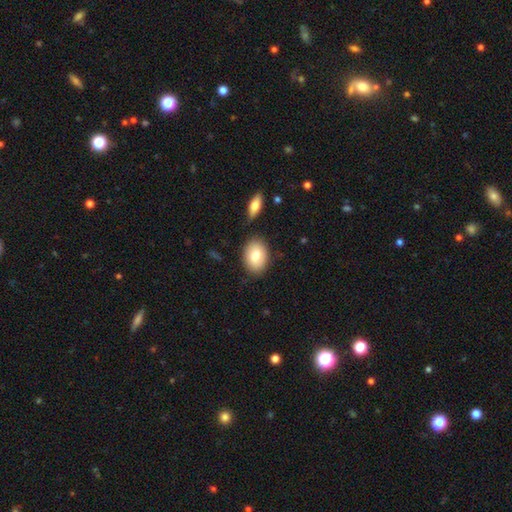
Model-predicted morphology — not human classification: smooth 79%, featured or disk 14%, star or artifact 7%. Down the decision tree: how rounded — in between (78%); merging — none (82%).